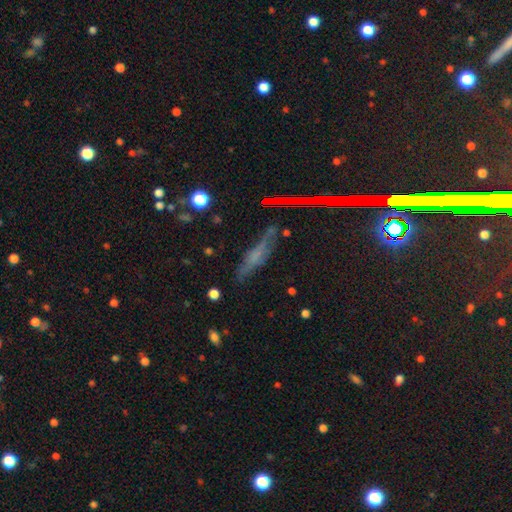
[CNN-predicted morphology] featured or disk 42%, smooth 38%, star or artifact 20%. Down the decision tree: merging — none (68%).